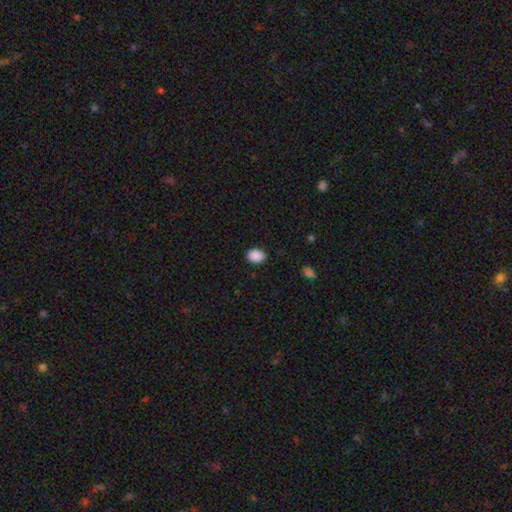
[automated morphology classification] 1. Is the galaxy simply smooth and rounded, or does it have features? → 90% smooth, 8% star or artifact, 2% featured or disk.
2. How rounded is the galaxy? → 68% in between, 32% round, 1% cigar-shaped.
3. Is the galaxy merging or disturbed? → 88% none, 8% minor disturbance, 2% major disturbance, 1% merger.